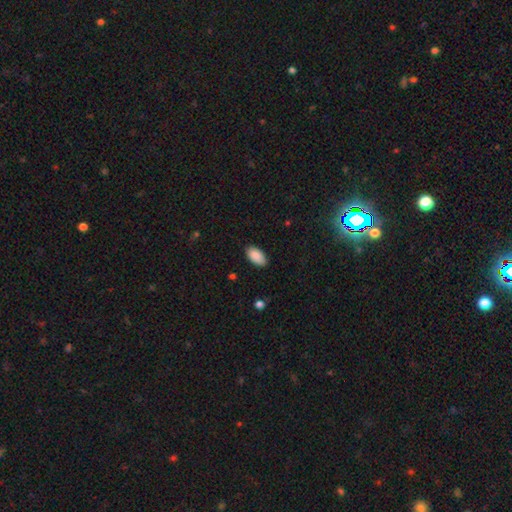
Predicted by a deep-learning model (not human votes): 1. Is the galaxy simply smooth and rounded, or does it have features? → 89% smooth, 7% star or artifact, 4% featured or disk.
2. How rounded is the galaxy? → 95% in between, 3% round, 2% cigar-shaped.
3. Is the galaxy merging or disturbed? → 85% none, 11% minor disturbance, 2% major disturbance, 1% merger.